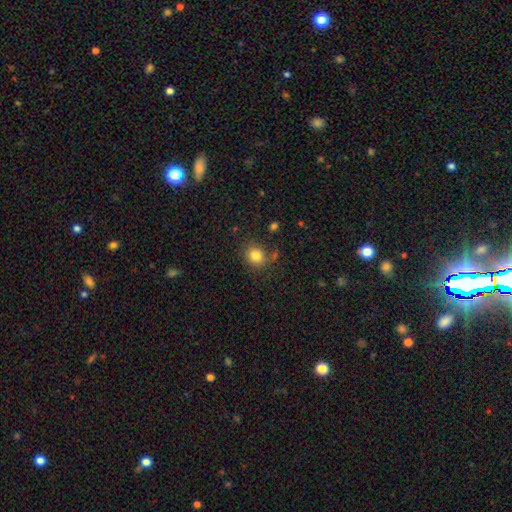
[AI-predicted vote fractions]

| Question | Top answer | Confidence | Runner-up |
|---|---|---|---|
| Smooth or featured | smooth | 81% | star or artifact (12%) |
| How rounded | round | 74% | in between (25%) |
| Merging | none | 79% | minor disturbance (12%) |